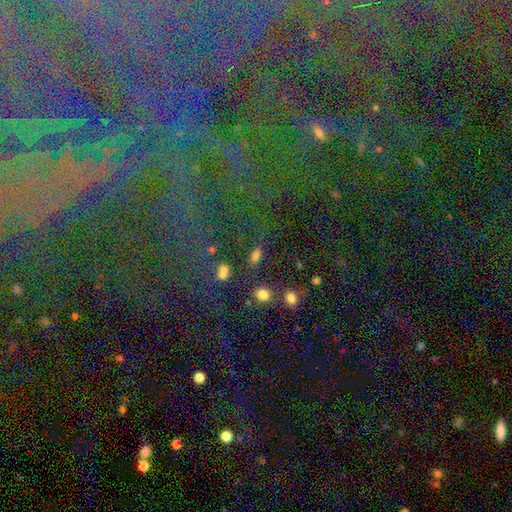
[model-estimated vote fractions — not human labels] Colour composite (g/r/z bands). It shows a smooth galaxy with no disk features (78%) that is in between round and cigar-shaped (77%). Merging: none (76%).